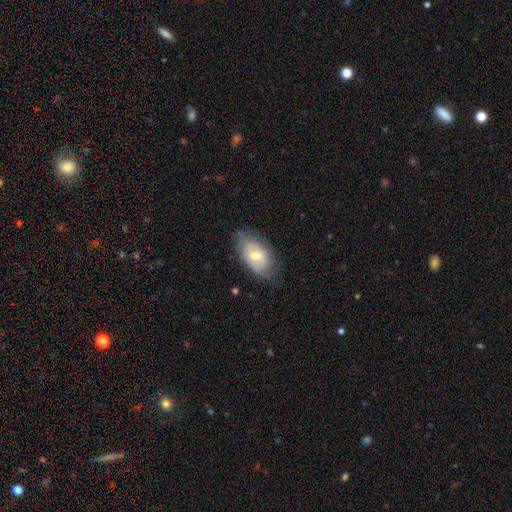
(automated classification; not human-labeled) smooth 47%, featured or disk 46%, star or artifact 8%. Down the decision tree: merging — none (68%).